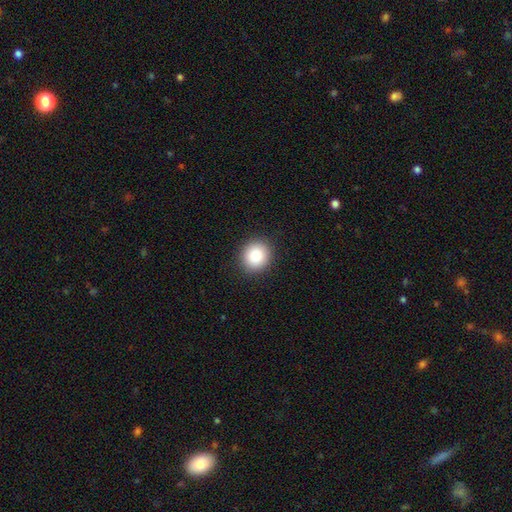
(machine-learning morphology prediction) smooth-or-featured: smooth: 85% | star or artifact: 9% | featured or disk: 6%
  how-rounded: round: 83% | in between: 16% | cigar-shaped: 1%
  merging: none: 91% | minor disturbance: 6% | major disturbance: 2% | merger: 1%